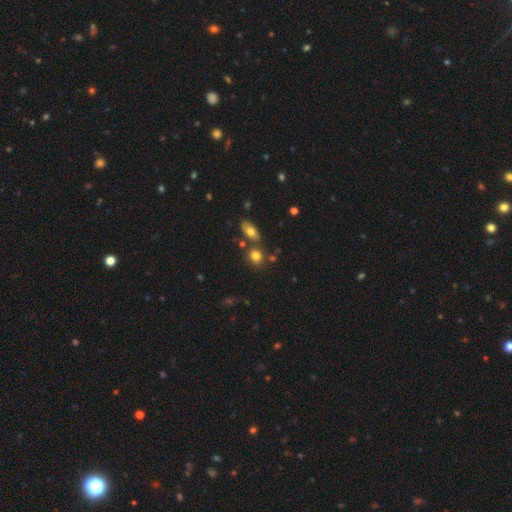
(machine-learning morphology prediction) Smooth or featured? Predicted: smooth (p=0.78). How rounded? Predicted: round (p=0.57). Merging? Predicted: none (p=0.62).